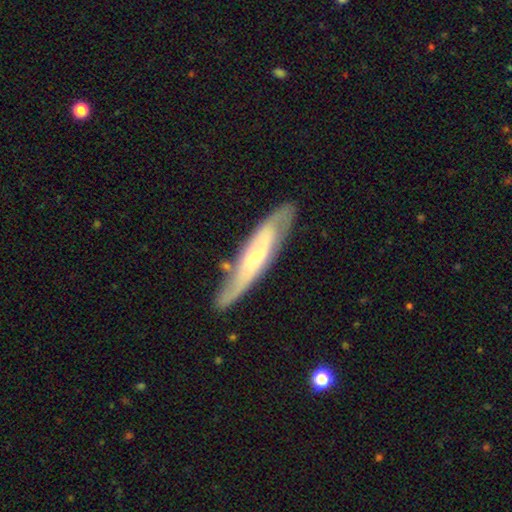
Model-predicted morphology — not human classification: Smooth or featured: featured or disk — 68% (smooth — 26%)
Edge-on disk: no — 56% (yes — 44%)
Merging: none — 77% (minor disturbance — 16%)